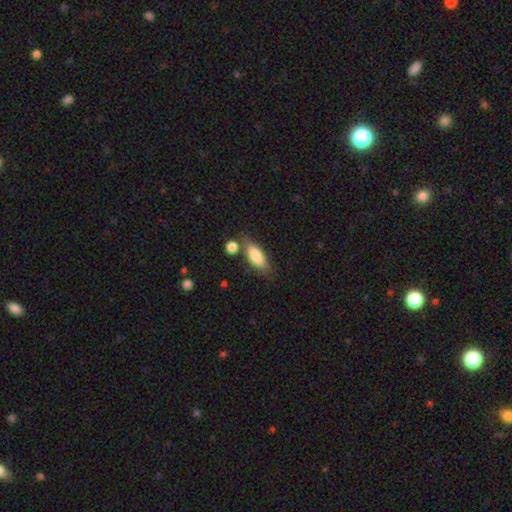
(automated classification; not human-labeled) Overall: smooth (82%). How rounded: in between (77%). Merging: none (65%).